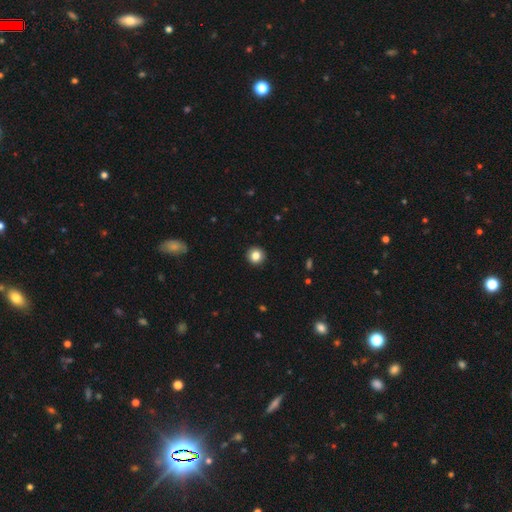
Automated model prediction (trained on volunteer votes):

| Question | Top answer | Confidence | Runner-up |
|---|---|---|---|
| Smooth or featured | smooth | 84% | star or artifact (10%) |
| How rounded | round | 94% | in between (5%) |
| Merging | none | 94% | minor disturbance (4%) |